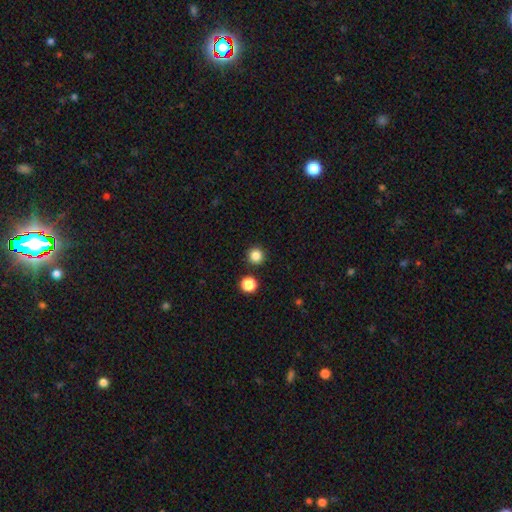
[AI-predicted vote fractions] Overall: smooth (84%). How rounded: round (95%). Merging: none (91%).